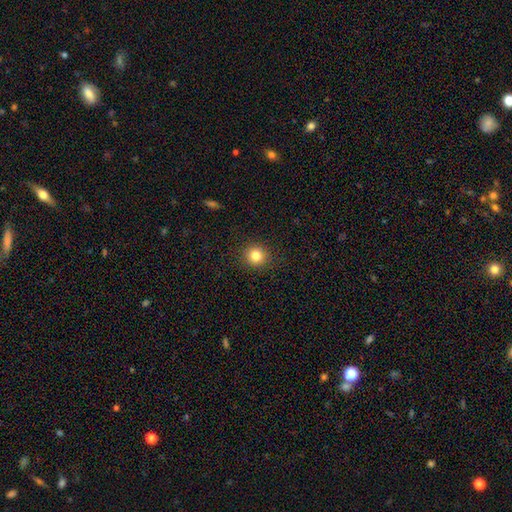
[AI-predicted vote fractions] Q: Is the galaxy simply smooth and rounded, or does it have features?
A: smooth — 82%.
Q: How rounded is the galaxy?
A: round — 91%.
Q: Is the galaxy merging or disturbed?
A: none — 91%.